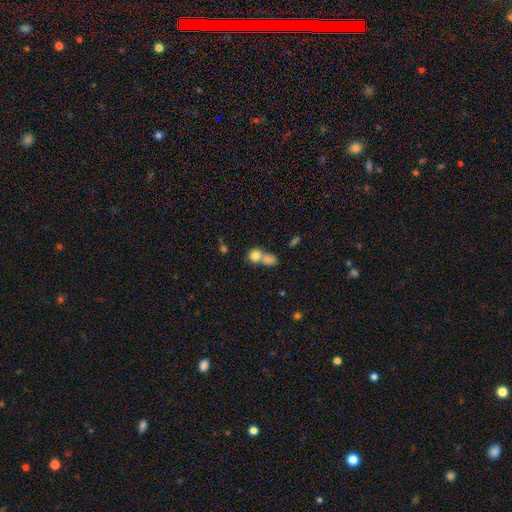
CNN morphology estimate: smooth-or-featured: smooth: 81% | star or artifact: 10% | featured or disk: 9%
  how-rounded: round: 72% | in between: 26% | cigar-shaped: 2%
  merging: merger: 54% | none: 35% | minor disturbance: 7% | major disturbance: 4%